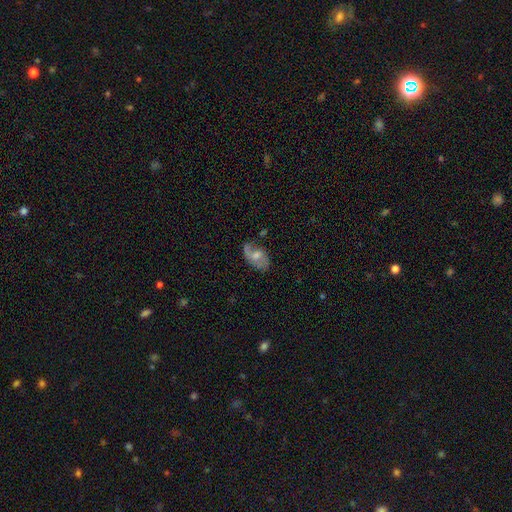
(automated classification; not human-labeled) Smooth or featured: featured or disk — 55% (smooth — 37%)
Edge-on disk: no — 96% (yes — 4%)
Bar: no — 58% (weak — 36%)
Spiral arms: yes — 76% (no — 24%)
Bulge size: moderate — 56% (small — 22%)
Merging: none — 51% (minor disturbance — 28%)